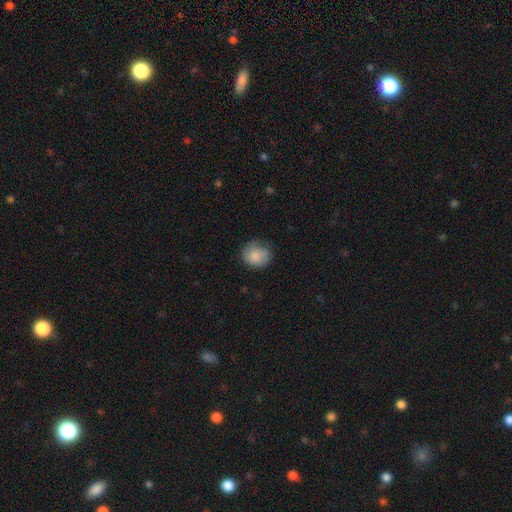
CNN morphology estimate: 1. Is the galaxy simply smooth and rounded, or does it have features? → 80% smooth, 13% featured or disk, 7% star or artifact.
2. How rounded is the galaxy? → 75% round, 24% in between, 1% cigar-shaped.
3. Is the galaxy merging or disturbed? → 68% none, 24% minor disturbance, 7% major disturbance, 1% merger.